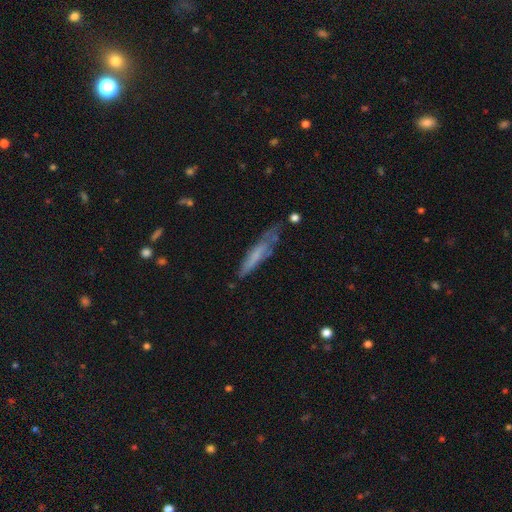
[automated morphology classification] This appears to be a smooth galaxy with no disk features (58%) that is cigar-shaped (86%). Merging: none (51%).